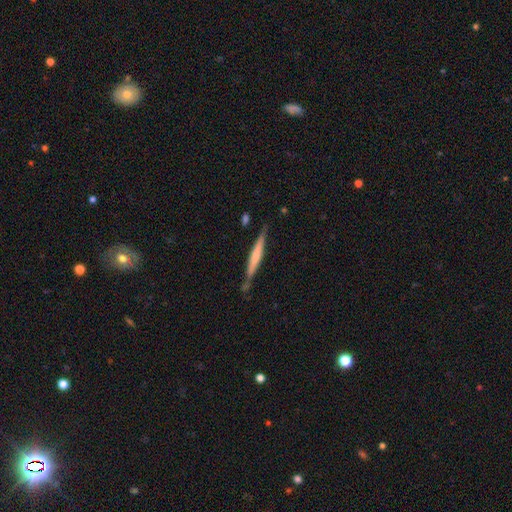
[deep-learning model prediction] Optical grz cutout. It shows a featured or disk galaxy (49%). Merging: none (80%).